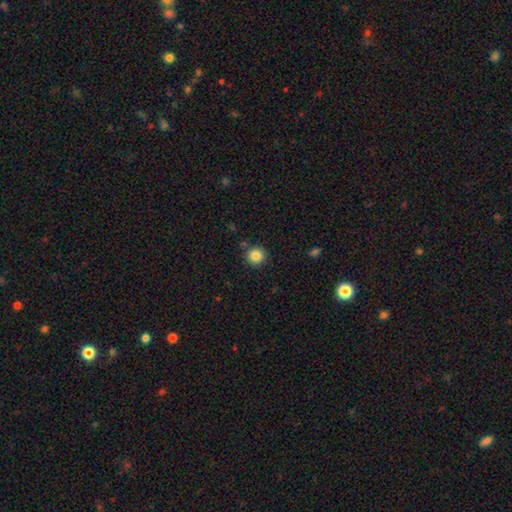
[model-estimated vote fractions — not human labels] Overall: smooth (85%). How rounded: round (94%). Merging: none (88%).